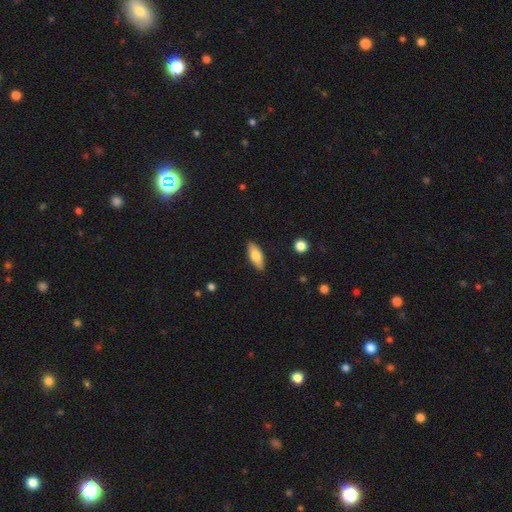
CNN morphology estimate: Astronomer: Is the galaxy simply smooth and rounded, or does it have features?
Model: smooth — 76%.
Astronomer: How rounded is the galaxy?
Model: in between — 75%.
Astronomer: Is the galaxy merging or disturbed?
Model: none — 88%.